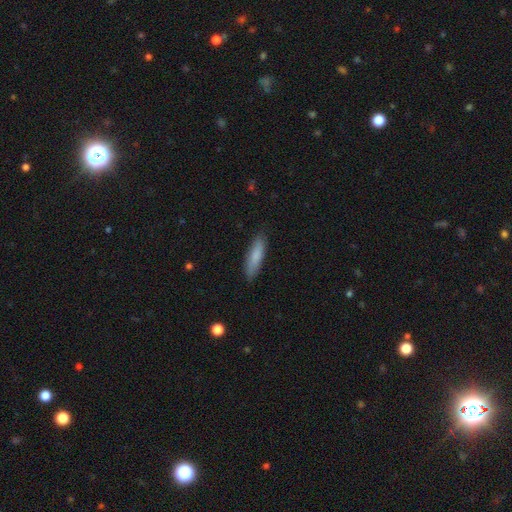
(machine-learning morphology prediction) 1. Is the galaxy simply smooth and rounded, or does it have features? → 81% smooth, 13% featured or disk, 6% star or artifact.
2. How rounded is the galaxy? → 73% cigar-shaped, 25% in between, 1% round.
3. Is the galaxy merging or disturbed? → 86% none, 11% minor disturbance, 2% major disturbance, 1% merger.